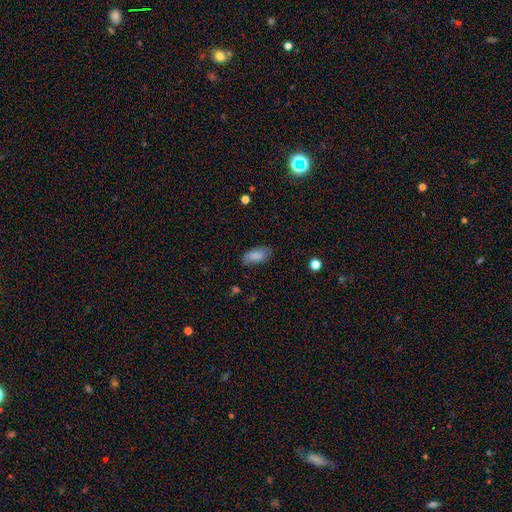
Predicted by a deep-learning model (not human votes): Smooth or featured? smooth (84%)
How rounded? in between (92%)
Merging? none (75%)